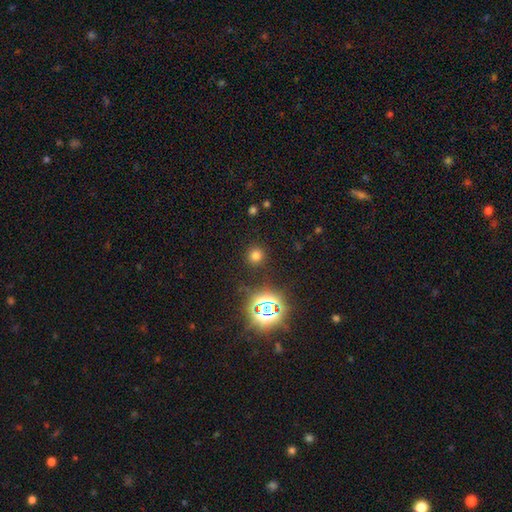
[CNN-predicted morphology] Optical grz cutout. It shows a smooth galaxy with no disk features (70%) that is round (92%). Merging: none (89%).